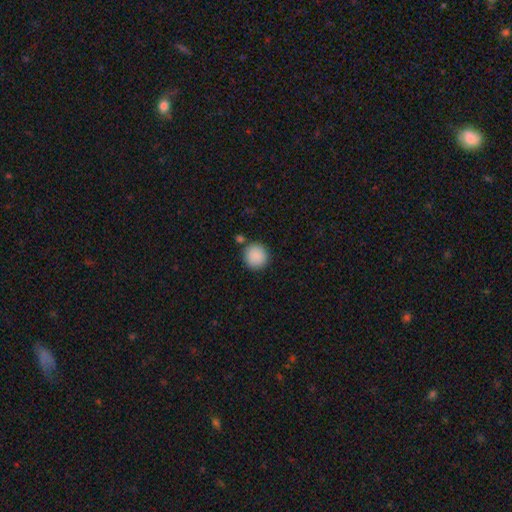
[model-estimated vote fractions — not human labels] A smooth galaxy with no disk features (89%) that is round (94%).

Vote fractions:
- Smooth or featured? smooth: 89% / star or artifact: 7% / featured or disk: 4%
- How rounded? round: 94% / in between: 5% / cigar-shaped: 1%
- Merging? none: 83% / minor disturbance: 8% / merger: 6% / major disturbance: 3%